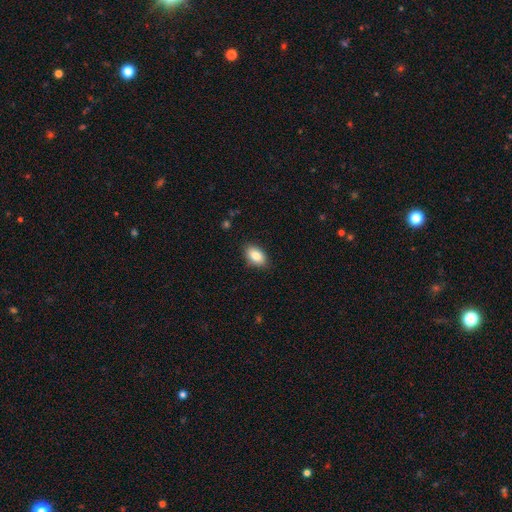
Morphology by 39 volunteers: Smooth or featured?
  - smooth: 95% *
  - featured or disk: 5%
  - star or artifact: 0%
How rounded?
  - in between: 95% *
  - round: 5%
  - cigar-shaped: 0%
Merging?
  - none: 82% *
  - minor disturbance: 13%
  - major disturbance: 3%
  - merger: 3%